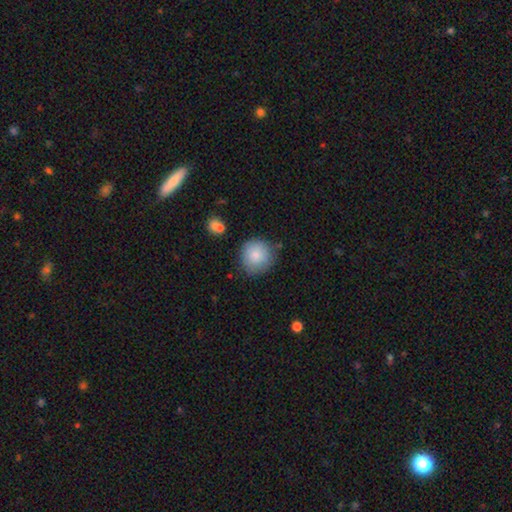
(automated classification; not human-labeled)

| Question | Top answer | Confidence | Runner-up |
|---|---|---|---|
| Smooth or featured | smooth | 83% | featured or disk (10%) |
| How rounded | round | 93% | in between (6%) |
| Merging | none | 77% | minor disturbance (16%) |